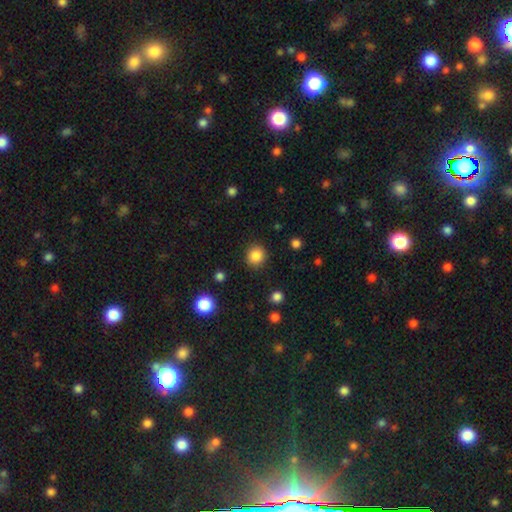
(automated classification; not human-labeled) A smooth galaxy with no disk features (86%) that is round (89%).

Vote fractions:
- Smooth or featured? smooth: 86% / star or artifact: 10% / featured or disk: 4%
- How rounded? round: 89% / in between: 10% / cigar-shaped: 1%
- Merging? none: 89% / minor disturbance: 7% / major disturbance: 3% / merger: 1%